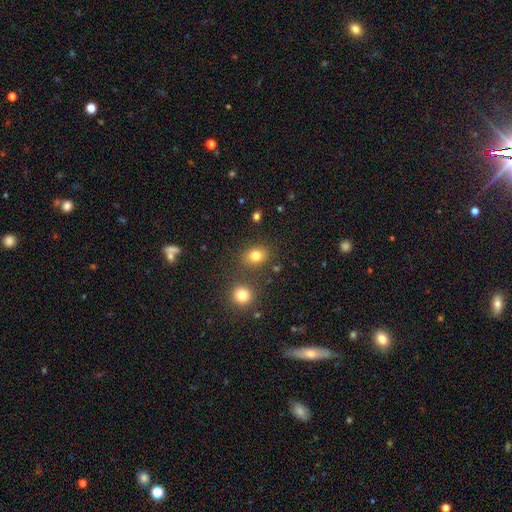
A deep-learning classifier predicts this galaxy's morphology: smooth_or_featured: smooth (p=0.79) [alt: star or artifact p=0.14]
how_rounded: in between (p=0.52) [alt: round p=0.47]
merging: none (p=0.77) [alt: minor disturbance p=0.11]